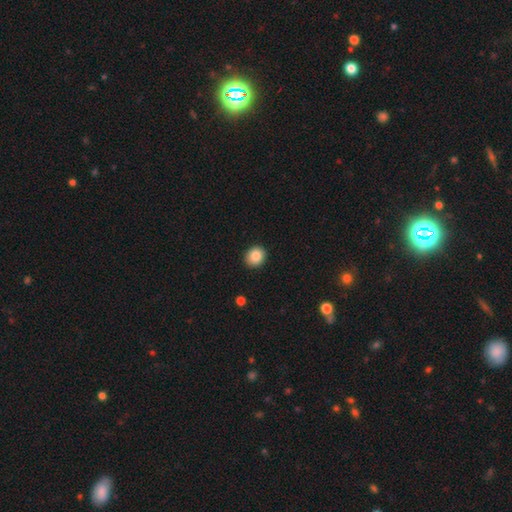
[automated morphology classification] Smooth or featured: smooth — 86% (star or artifact — 9%)
How rounded: round — 74% (in between — 25%)
Merging: none — 91% (minor disturbance — 6%)